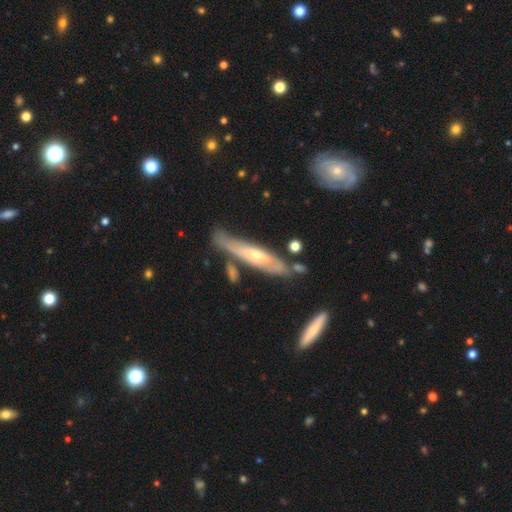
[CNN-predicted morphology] smooth_or_featured: featured or disk (p=0.62) [alt: smooth p=0.31]
disk_edge_on: yes (p=0.64) [alt: no p=0.36]
merging: none (p=0.62) [alt: minor disturbance p=0.23]